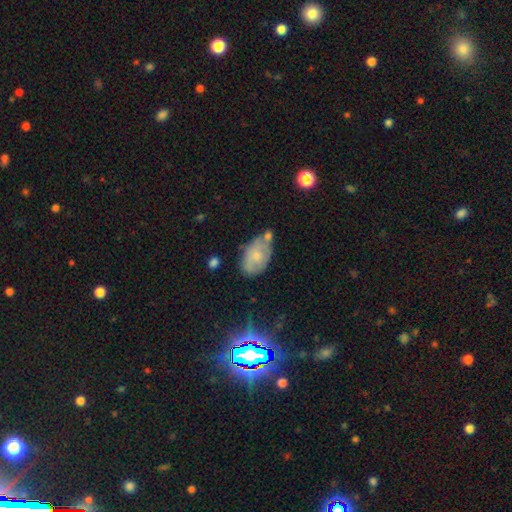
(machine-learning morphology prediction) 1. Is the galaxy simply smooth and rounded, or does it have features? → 55% smooth, 36% featured or disk, 9% star or artifact.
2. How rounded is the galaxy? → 90% in between, 8% round, 2% cigar-shaped.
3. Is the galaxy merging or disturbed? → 47% none, 29% minor disturbance, 16% merger, 8% major disturbance.